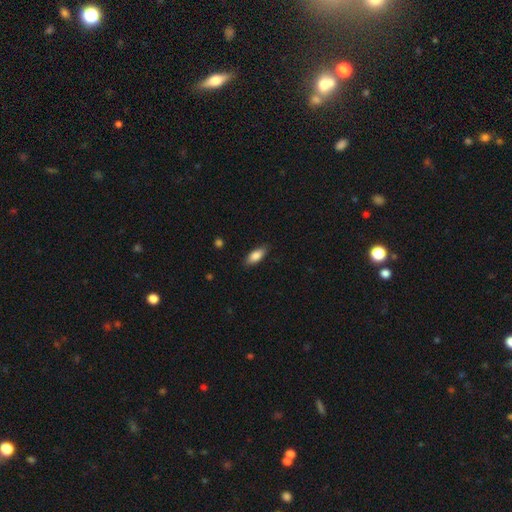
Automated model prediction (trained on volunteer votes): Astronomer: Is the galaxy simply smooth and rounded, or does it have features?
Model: smooth — 83%.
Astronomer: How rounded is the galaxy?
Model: in between — 80%.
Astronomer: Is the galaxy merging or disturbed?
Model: none — 85%.